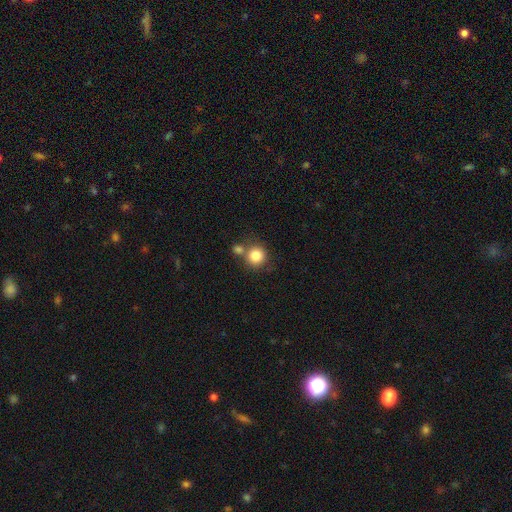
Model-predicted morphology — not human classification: Q: Smooth or featured?
A: smooth (83%); runner-up: star or artifact (10%)
Q: How rounded?
A: round (92%); runner-up: in between (7%)
Q: Merging?
A: none (60%); runner-up: merger (27%)